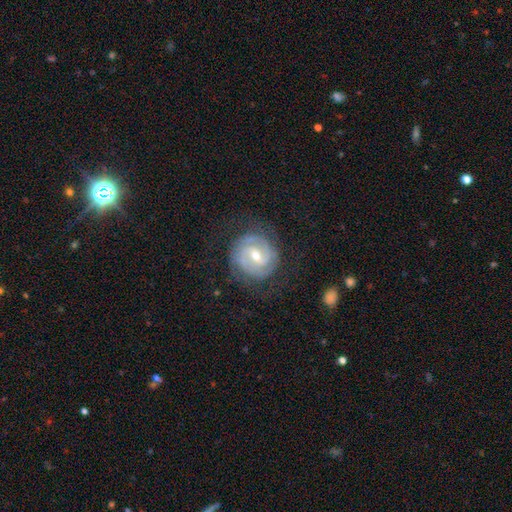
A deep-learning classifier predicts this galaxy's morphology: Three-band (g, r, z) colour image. It shows a featured or disk galaxy (85%) with a weak bar (57%), 2 (64%) tight (60%) spiral arms (94%) and a moderate central bulge (56%). Merging: none (75%).